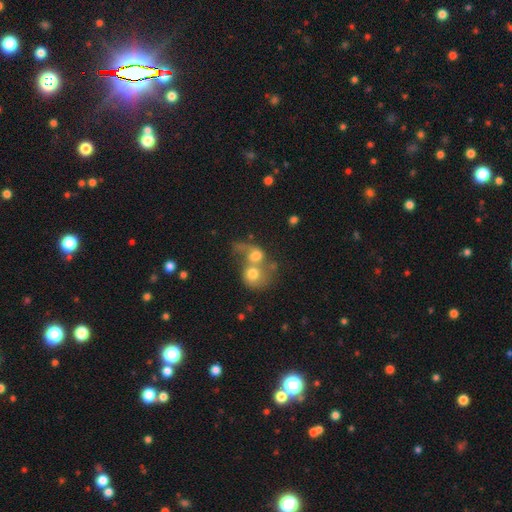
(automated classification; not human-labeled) smooth 58%, featured or disk 31%, star or artifact 11%. Down the decision tree: how rounded — round (62%); merging — merger (78%).